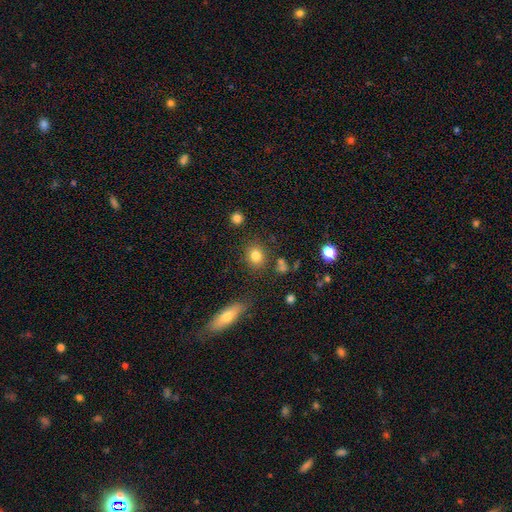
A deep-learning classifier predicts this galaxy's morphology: Smooth or featured? Predicted: smooth (p=0.82). How rounded? Predicted: round (p=0.71). Merging? Predicted: none (p=0.82).